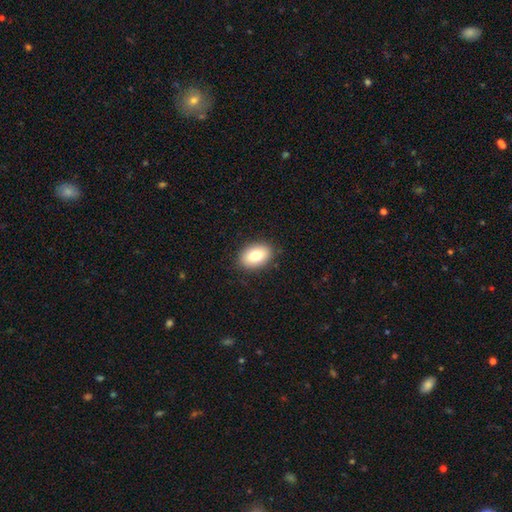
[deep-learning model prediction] smooth_or_featured: smooth (p=0.80) [alt: featured or disk p=0.12]
how_rounded: in between (p=0.87) [alt: round p=0.12]
merging: none (p=0.88) [alt: minor disturbance p=0.09]